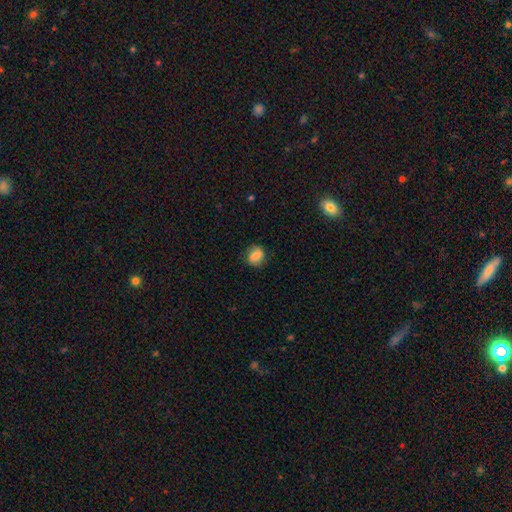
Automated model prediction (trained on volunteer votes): A smooth galaxy with no disk features (77%) that is round (69%).

Vote fractions:
- Smooth or featured? smooth: 77% / featured or disk: 14% / star or artifact: 9%
- How rounded? round: 69% / in between: 30% / cigar-shaped: 1%
- Merging? none: 82% / minor disturbance: 13% / major disturbance: 3% / merger: 1%